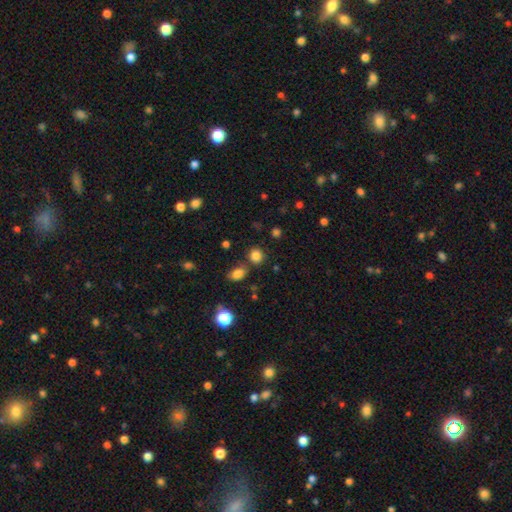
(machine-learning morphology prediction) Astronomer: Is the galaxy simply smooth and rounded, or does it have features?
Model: smooth — 83%.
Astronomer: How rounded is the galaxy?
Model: round — 78%.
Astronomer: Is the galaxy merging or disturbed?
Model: none — 76%.